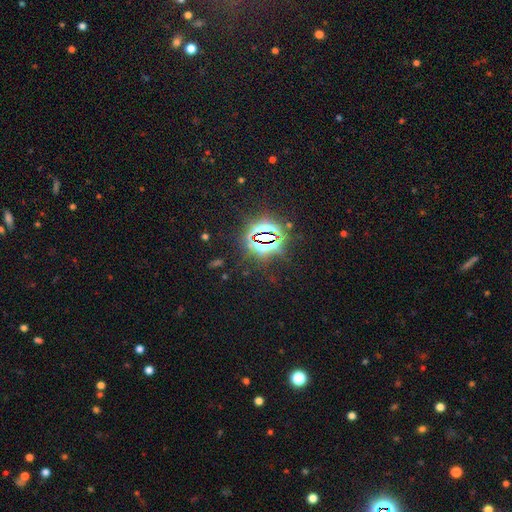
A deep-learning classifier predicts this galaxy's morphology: Overall: star or artifact (84%).